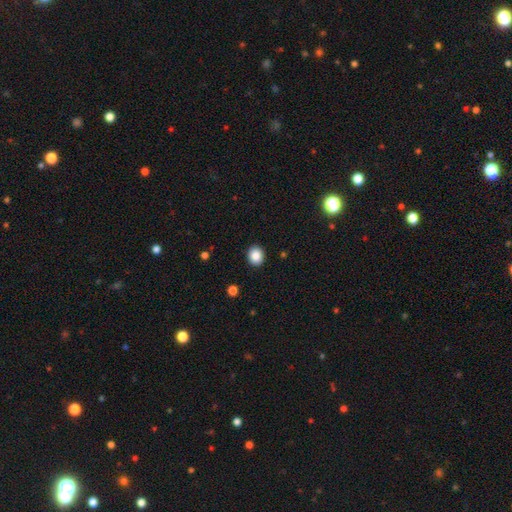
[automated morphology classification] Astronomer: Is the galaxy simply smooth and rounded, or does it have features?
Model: smooth — 86%.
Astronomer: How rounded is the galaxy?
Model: round — 71%.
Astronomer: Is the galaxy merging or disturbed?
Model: none — 92%.